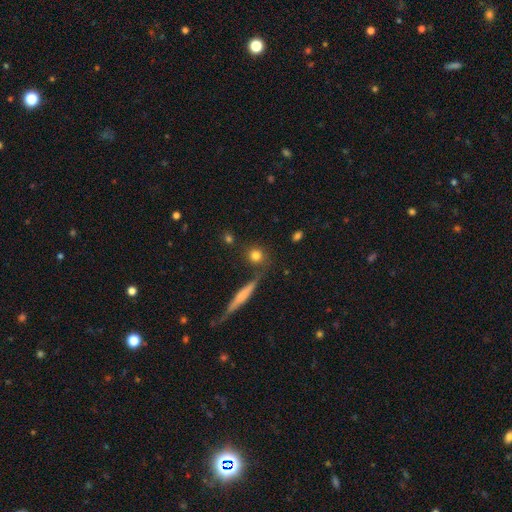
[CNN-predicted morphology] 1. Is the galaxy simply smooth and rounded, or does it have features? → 80% smooth, 10% featured or disk, 10% star or artifact.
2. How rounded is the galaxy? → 84% round, 10% in between, 6% cigar-shaped.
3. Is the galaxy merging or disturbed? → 78% none, 10% minor disturbance, 8% merger, 4% major disturbance.